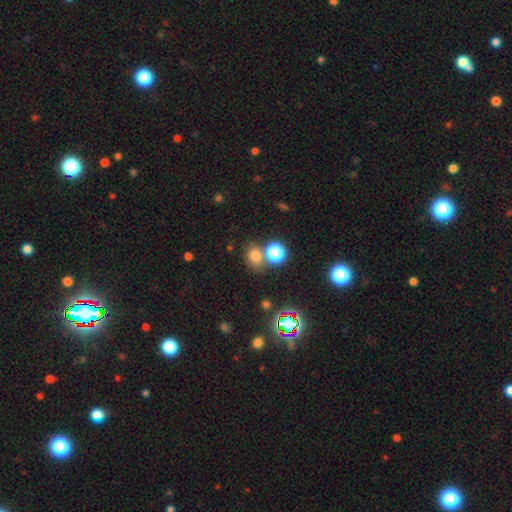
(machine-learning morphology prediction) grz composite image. It shows a smooth galaxy with no disk features (69%) that is round (59%). Merging: none (67%).